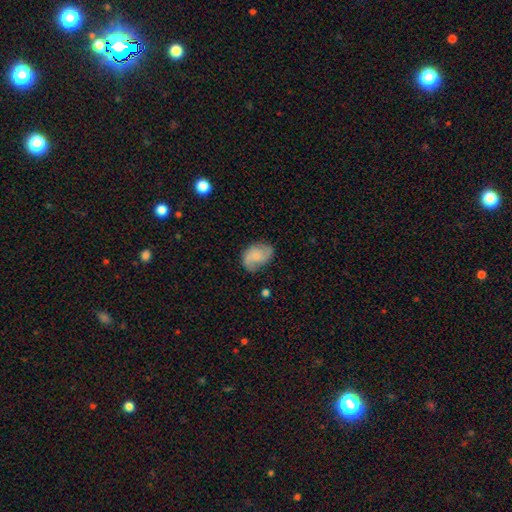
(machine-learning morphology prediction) A featured or disk galaxy (55%) with no bar (65%), spiral arms (92%) and no central bulge (43%). Merging: none (67%).